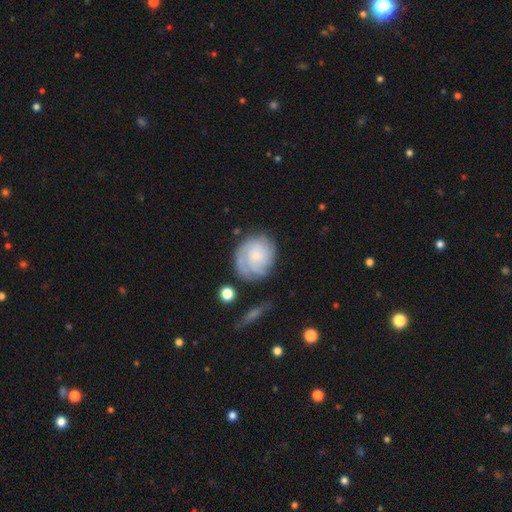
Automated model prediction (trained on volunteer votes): Smooth or featured? Predicted: featured or disk (p=0.70). Edge-on disk? Predicted: no (p=0.98). Bar? Predicted: no (p=0.73). Spiral arms? Predicted: yes (p=0.92). Spiral winding? Predicted: tight (p=0.66). Spiral arm count? Predicted: can't tell (p=0.34). Bulge size? Predicted: small (p=0.55). Merging? Predicted: none (p=0.66).